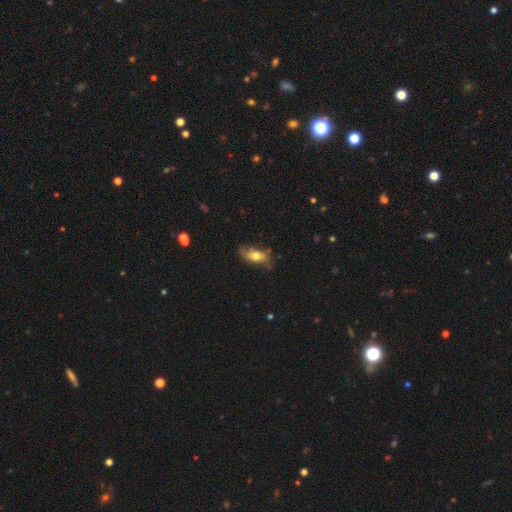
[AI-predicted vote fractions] Smooth or featured: featured or disk — 47% (smooth — 45%)
Merging: none — 61% (minor disturbance — 27%)